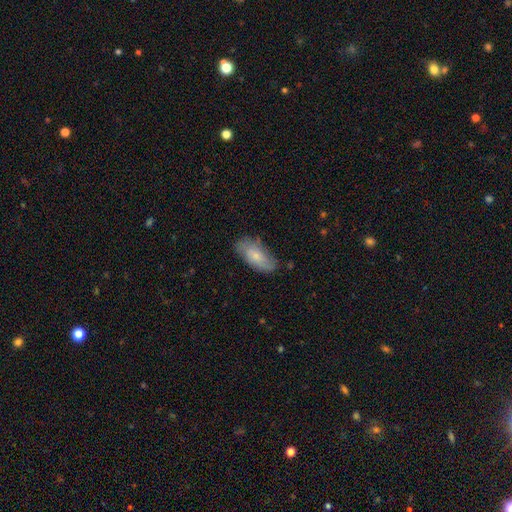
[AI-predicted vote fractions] Smooth or featured? Predicted: smooth (p=0.66). How rounded? Predicted: in between (p=0.87). Merging? Predicted: none (p=0.68).